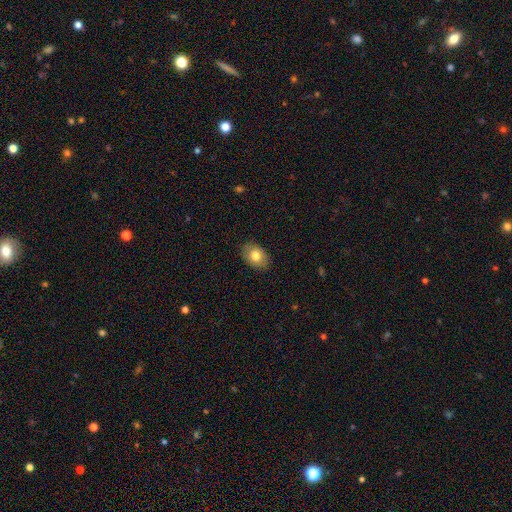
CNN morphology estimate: Smooth or featured: smooth — 79% (featured or disk — 13%)
How rounded: in between — 76% (round — 23%)
Merging: none — 87% (minor disturbance — 10%)